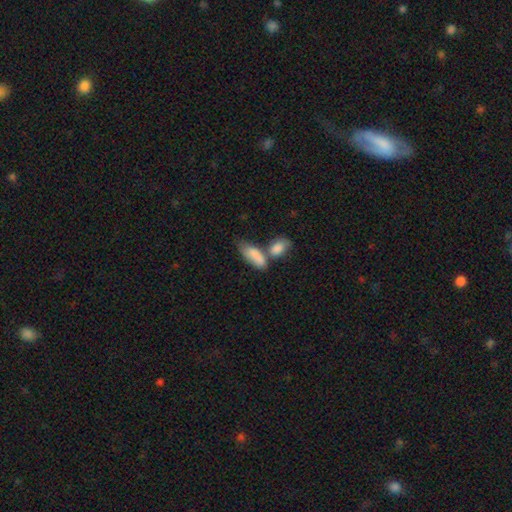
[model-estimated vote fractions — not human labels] A smooth galaxy with no disk features (84%) that is in between round and cigar-shaped (80%). Merging: merger (49%).